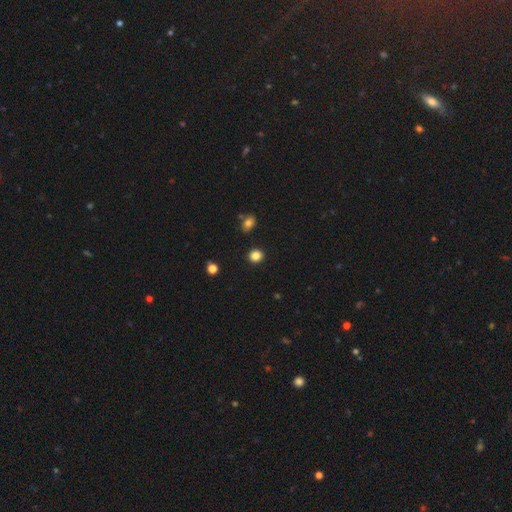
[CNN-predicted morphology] Smooth or featured: smooth — 84% (star or artifact — 12%)
How rounded: round — 85% (in between — 14%)
Merging: none — 91% (minor disturbance — 6%)